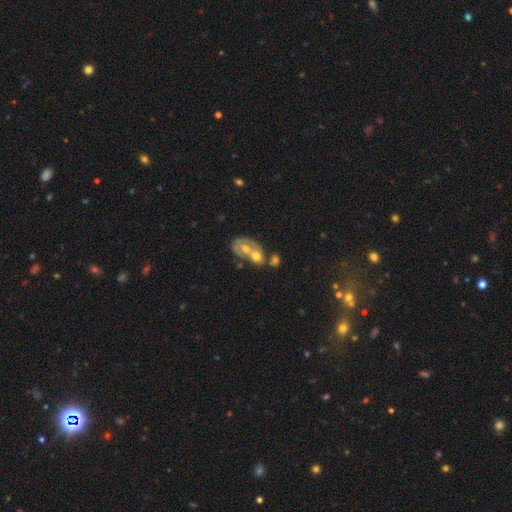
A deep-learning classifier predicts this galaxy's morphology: Smooth or featured? smooth (47%)
Merging? merger (70%)